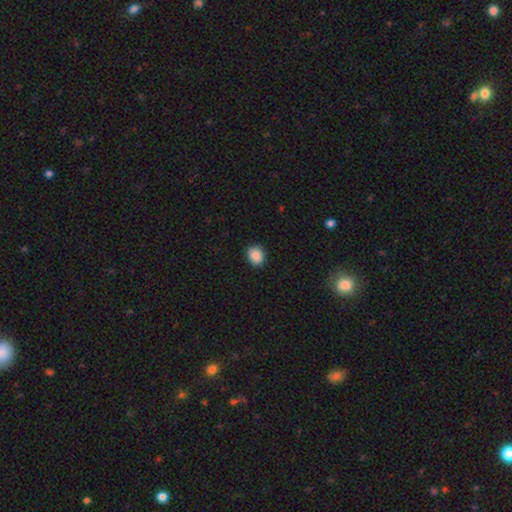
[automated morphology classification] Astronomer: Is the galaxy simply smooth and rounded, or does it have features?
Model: smooth — 88%.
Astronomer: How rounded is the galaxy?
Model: round — 55% (runner-up: in between, 44%).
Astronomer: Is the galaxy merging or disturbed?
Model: none — 88%.